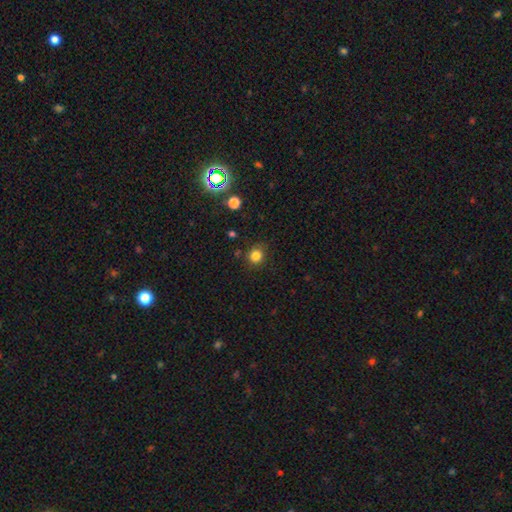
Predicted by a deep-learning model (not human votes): Smooth or featured? Predicted: smooth (p=0.82). How rounded? Predicted: round (p=0.84). Merging? Predicted: none (p=0.82).